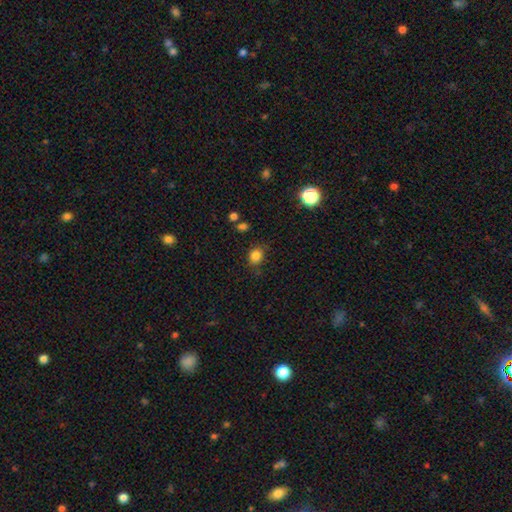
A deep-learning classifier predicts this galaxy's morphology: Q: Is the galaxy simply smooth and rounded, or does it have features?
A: smooth — 83%.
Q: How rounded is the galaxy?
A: round — 70%.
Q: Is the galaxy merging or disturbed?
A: none — 78%.